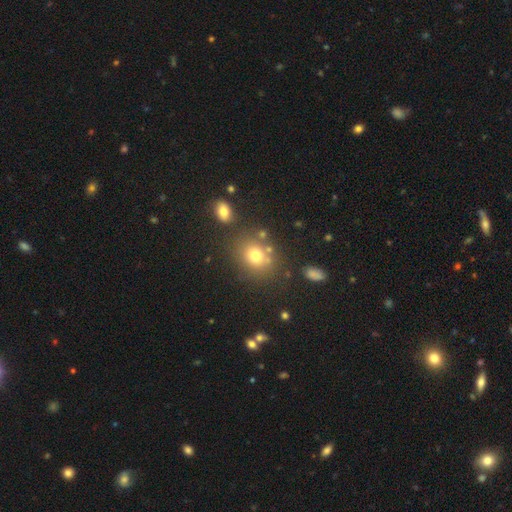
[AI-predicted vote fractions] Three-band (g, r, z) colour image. It shows a smooth galaxy with no disk features (73%) that is round (63%). Merging: none (73%).